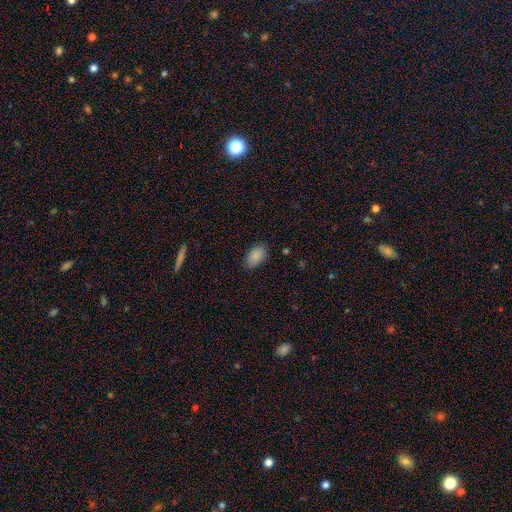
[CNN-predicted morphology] Smooth or featured: smooth — 87% (star or artifact — 7%)
How rounded: in between — 93% (round — 5%)
Merging: none — 82% (minor disturbance — 14%)